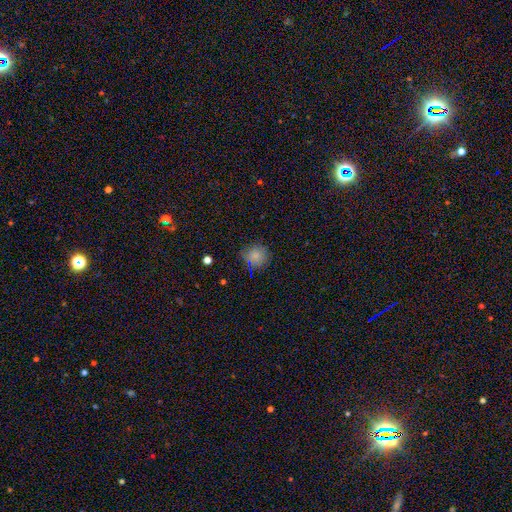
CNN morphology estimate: type=smooth (76%); roundness=round (90%); merging=none (82%).